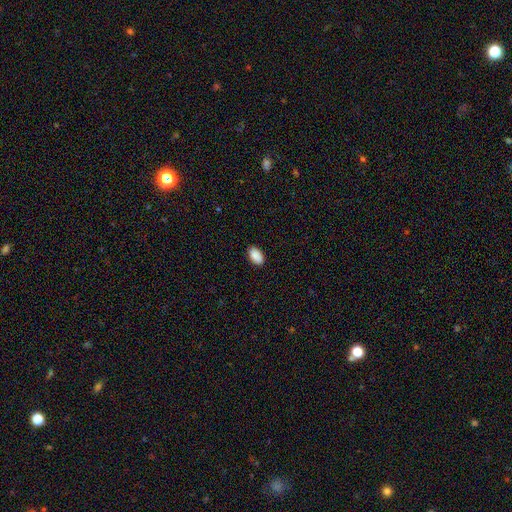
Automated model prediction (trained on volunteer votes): Smooth or featured? smooth (90%)
How rounded? in between (94%)
Merging? none (88%)